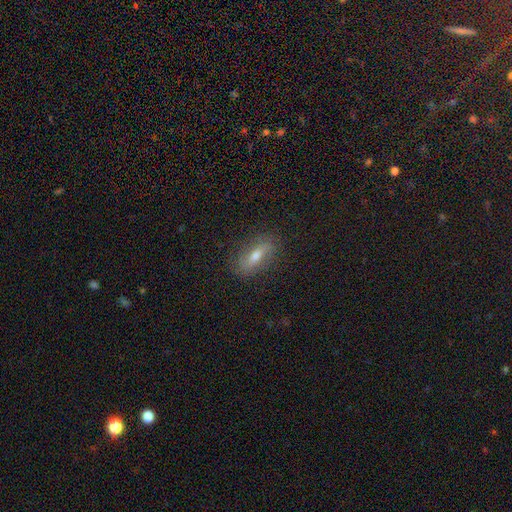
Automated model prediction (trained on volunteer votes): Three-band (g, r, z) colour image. It shows a smooth galaxy with no disk features (50%) that is in between round and cigar-shaped (58%). Merging: none (83%).